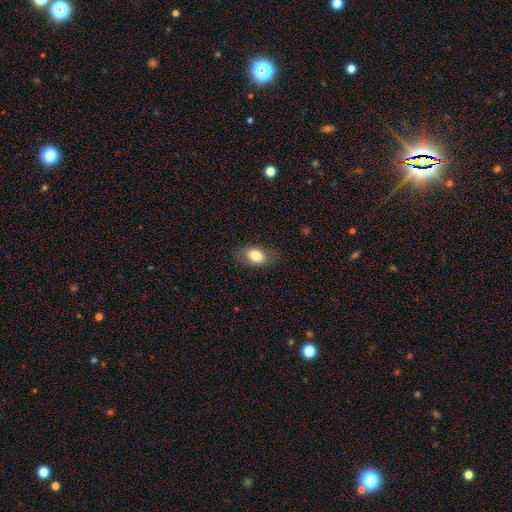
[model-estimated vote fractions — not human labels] smooth 78%, featured or disk 14%, star or artifact 8%. Down the decision tree: how rounded — in between (84%); merging — none (78%).